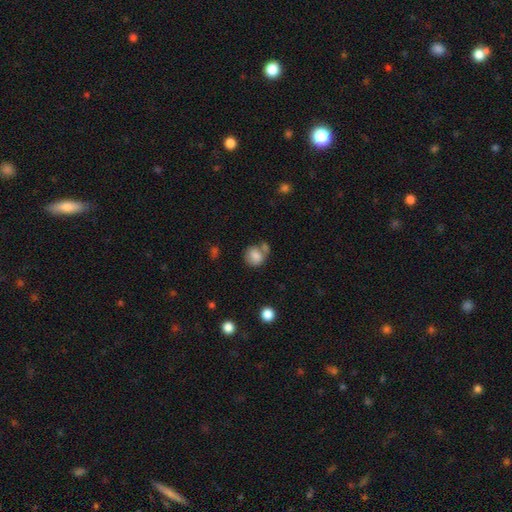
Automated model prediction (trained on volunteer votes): Smooth or featured?
  - smooth: 80% *
  - featured or disk: 11%
  - star or artifact: 9%
How rounded?
  - round: 71% *
  - in between: 28%
  - cigar-shaped: 1%
Merging?
  - none: 49% *
  - merger: 29%
  - minor disturbance: 15%
  - major disturbance: 7%